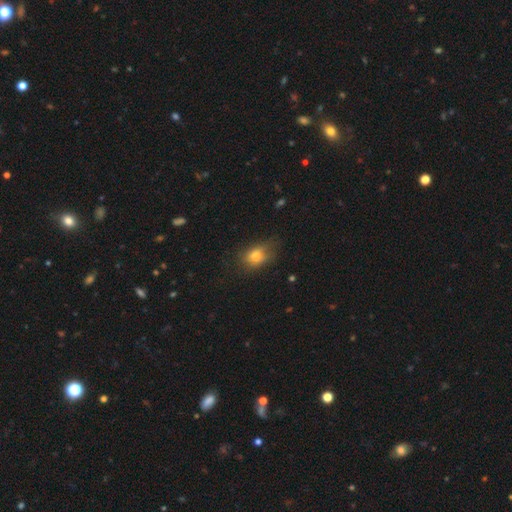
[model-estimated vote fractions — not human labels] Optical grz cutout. It shows a smooth galaxy with no disk features (74%) that is in between round and cigar-shaped (73%). Merging: none (58%).